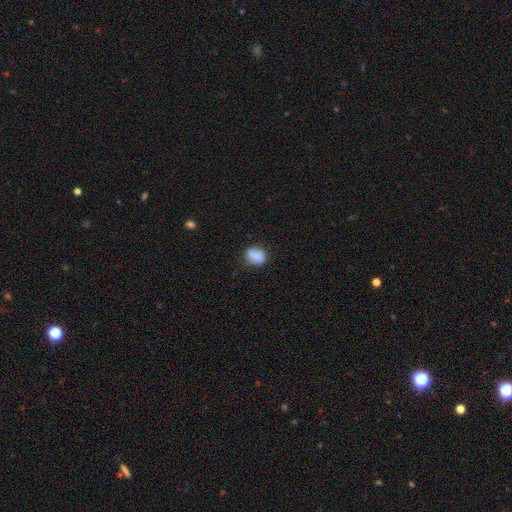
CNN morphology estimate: smooth_or_featured: smooth (p=0.80) [alt: featured or disk p=0.12]
how_rounded: in between (p=0.58) [alt: round p=0.39]
merging: none (p=0.63) [alt: minor disturbance p=0.25]